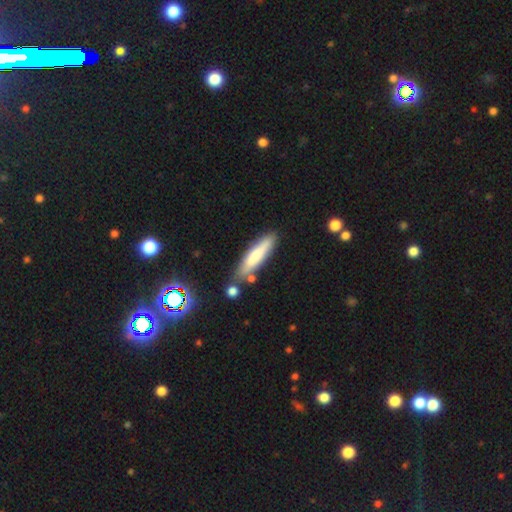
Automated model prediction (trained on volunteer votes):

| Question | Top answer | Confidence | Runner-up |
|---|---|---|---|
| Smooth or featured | smooth | 68% | featured or disk (26%) |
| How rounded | cigar-shaped | 80% | in between (19%) |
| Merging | none | 74% | minor disturbance (14%) |